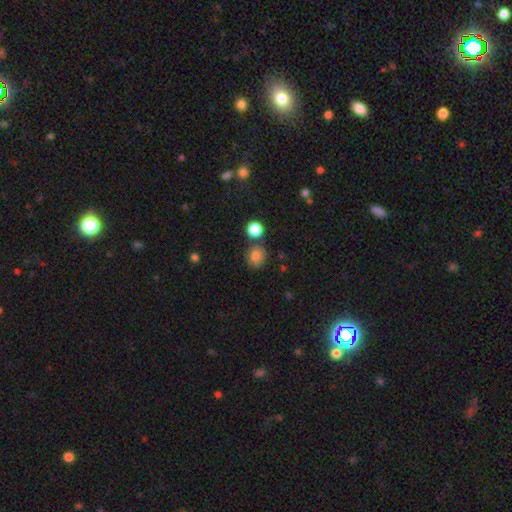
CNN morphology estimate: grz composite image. It shows a smooth galaxy with no disk features (82%) that is round (79%). Merging: none (74%).